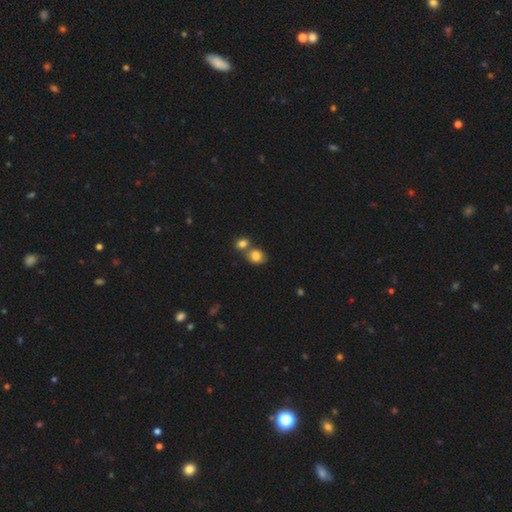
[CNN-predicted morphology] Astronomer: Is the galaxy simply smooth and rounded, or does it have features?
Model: smooth — 83%.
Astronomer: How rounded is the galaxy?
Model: round — 56% (runner-up: in between, 43%).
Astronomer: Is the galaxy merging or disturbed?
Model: none — 43% (runner-up: merger, 42%).